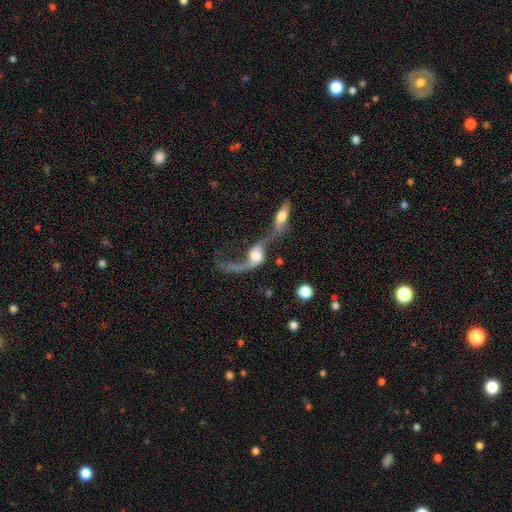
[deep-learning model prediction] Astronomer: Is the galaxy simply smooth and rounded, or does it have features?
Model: featured or disk — 70%.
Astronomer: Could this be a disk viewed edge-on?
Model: no — 86%.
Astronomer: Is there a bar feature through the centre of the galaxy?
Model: no — 63%.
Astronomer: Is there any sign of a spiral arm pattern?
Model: yes — 82%.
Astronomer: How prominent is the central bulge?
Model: large — 41% (runner-up: moderate, 32%).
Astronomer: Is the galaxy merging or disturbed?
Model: merger — 67%.